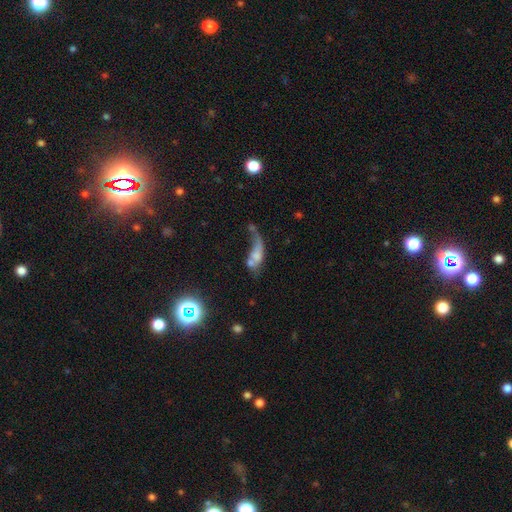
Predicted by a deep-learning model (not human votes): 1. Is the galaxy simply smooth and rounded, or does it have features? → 48% smooth, 39% featured or disk, 13% star or artifact.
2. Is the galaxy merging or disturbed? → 37% merger, 33% major disturbance, 17% none, 13% minor disturbance.